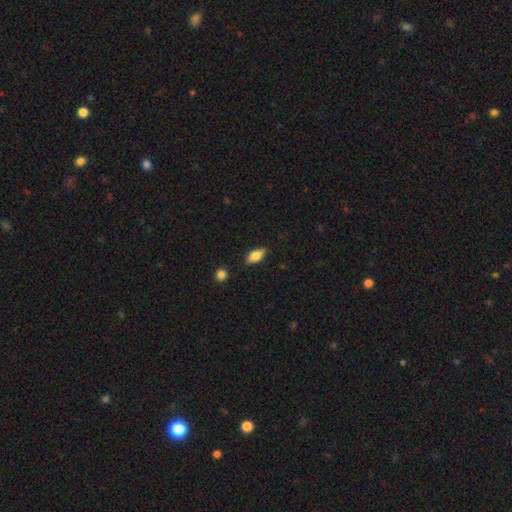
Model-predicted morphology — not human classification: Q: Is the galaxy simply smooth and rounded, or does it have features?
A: smooth — 73%.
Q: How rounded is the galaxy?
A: in between — 83%.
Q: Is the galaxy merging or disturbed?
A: none — 85%.